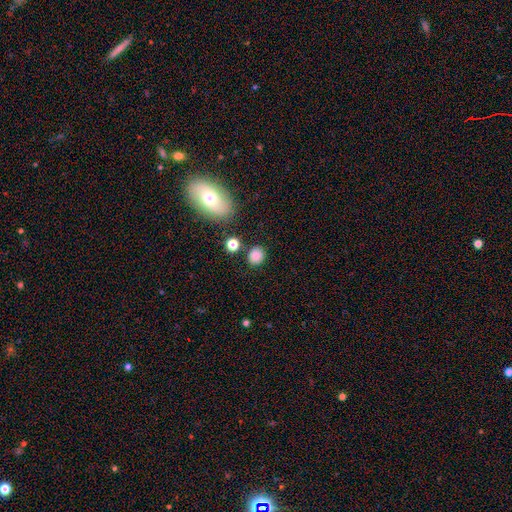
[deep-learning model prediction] smooth 84%, star or artifact 12%, featured or disk 5%. Down the decision tree: how rounded — round (80%); merging — none (81%).